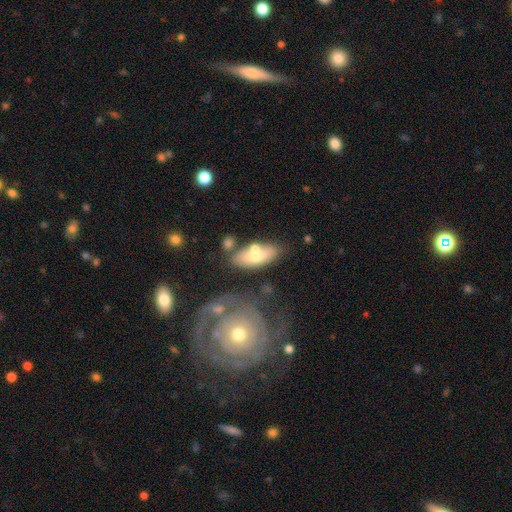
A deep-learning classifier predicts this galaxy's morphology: Smooth or featured? smooth (58%)
How rounded? in between (77%)
Merging? none (56%)